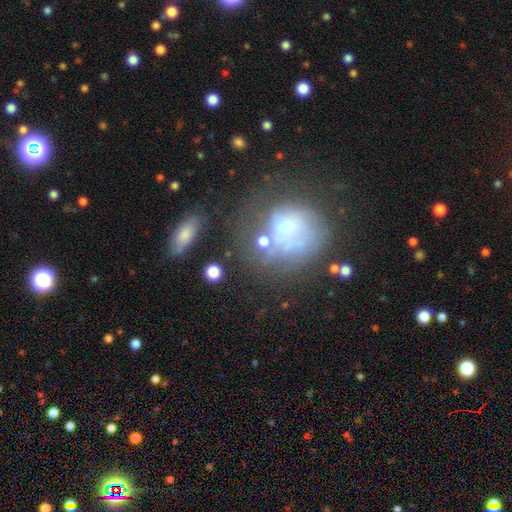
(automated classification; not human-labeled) Smooth or featured: smooth — 39% (star or artifact — 35%)
Merging: none — 66% (minor disturbance — 16%)